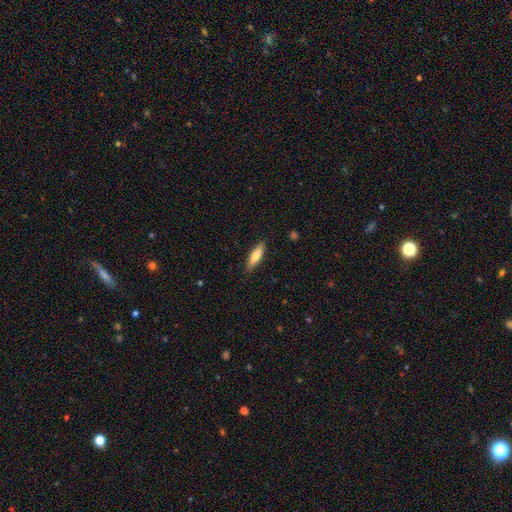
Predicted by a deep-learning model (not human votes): smooth_or_featured: smooth (p=0.70) [alt: featured or disk p=0.24]
how_rounded: cigar-shaped (p=0.66) [alt: in between p=0.33]
merging: none (p=0.87) [alt: minor disturbance p=0.10]